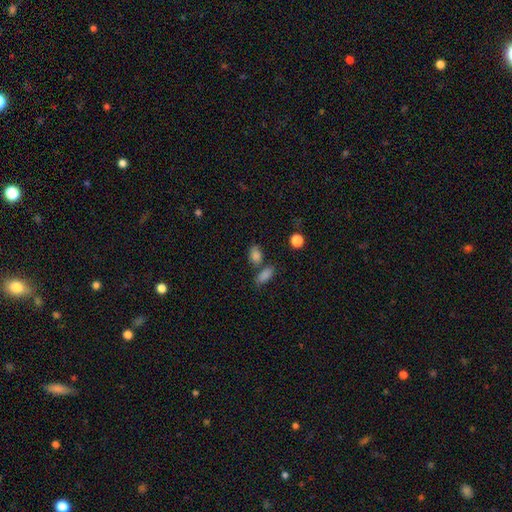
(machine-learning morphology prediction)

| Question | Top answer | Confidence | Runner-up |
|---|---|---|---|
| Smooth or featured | smooth | 82% | star or artifact (11%) |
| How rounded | in between | 82% | round (14%) |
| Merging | none | 60% | merger (22%) |